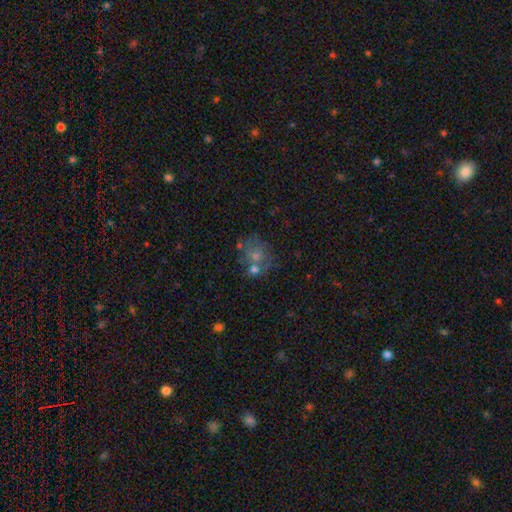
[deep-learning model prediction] smooth-or-featured: smooth: 48% | featured or disk: 30% | star or artifact: 21%
  merging: none: 51% | merger: 25% | minor disturbance: 15% | major disturbance: 9%